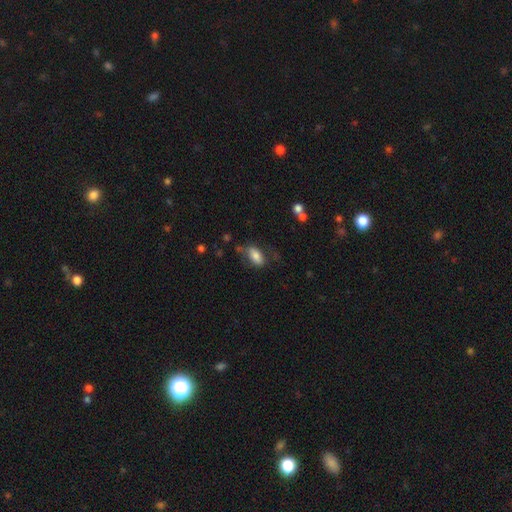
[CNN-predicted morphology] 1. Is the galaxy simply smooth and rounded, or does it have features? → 75% smooth, 17% featured or disk, 8% star or artifact.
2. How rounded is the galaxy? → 89% in between, 6% cigar-shaped, 5% round.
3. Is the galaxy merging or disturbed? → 58% none, 24% minor disturbance, 13% major disturbance, 5% merger.